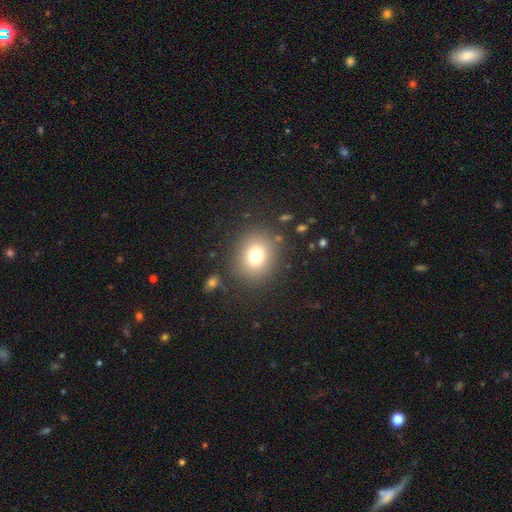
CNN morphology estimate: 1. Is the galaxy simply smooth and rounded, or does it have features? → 75% smooth, 14% star or artifact, 11% featured or disk.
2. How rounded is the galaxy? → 69% round, 30% in between, 1% cigar-shaped.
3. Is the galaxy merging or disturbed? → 85% none, 8% minor disturbance, 4% major disturbance, 3% merger.